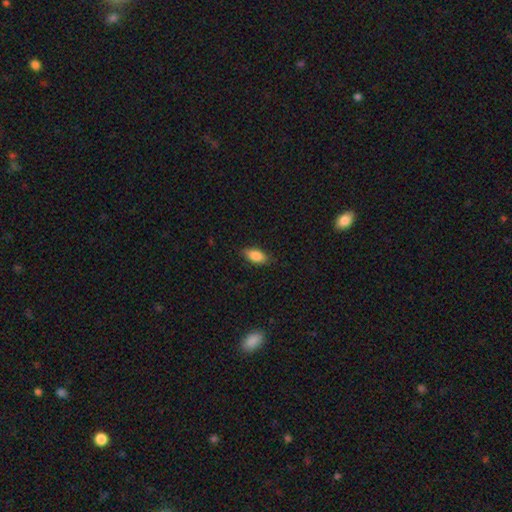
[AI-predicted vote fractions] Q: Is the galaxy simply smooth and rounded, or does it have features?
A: smooth — 84%.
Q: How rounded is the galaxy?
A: in between — 86%.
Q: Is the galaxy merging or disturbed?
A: none — 84%.